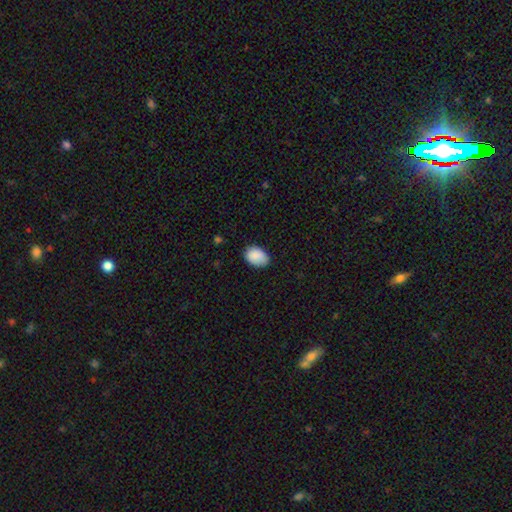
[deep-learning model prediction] This appears to be a smooth galaxy with no disk features (89%) that is in between round and cigar-shaped (83%). Merging: none (76%).